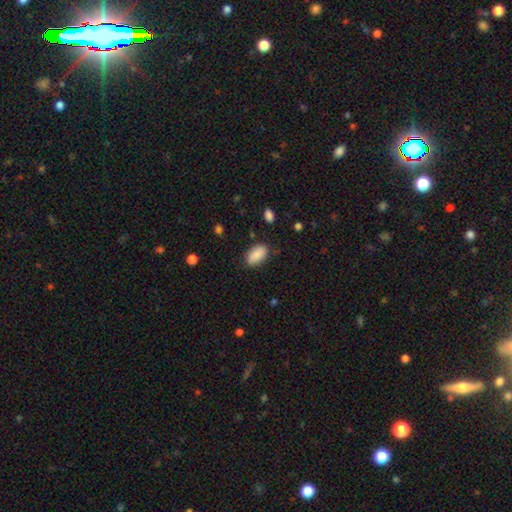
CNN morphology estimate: smooth 89%, star or artifact 7%, featured or disk 4%. Down the decision tree: how rounded — in between (93%); merging — none (82%).